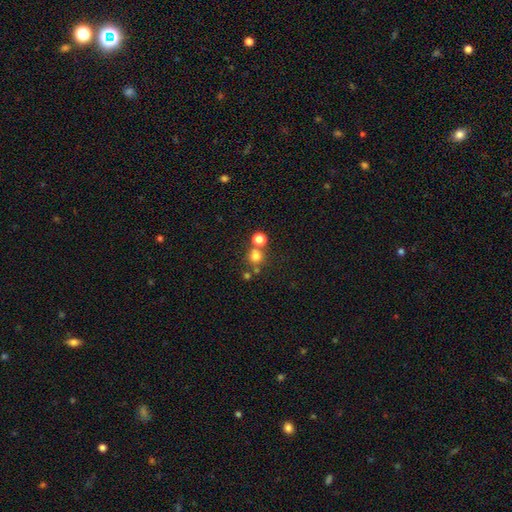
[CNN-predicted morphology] Smooth or featured? smooth (73%)
How rounded? round (90%)
Merging? none (64%)